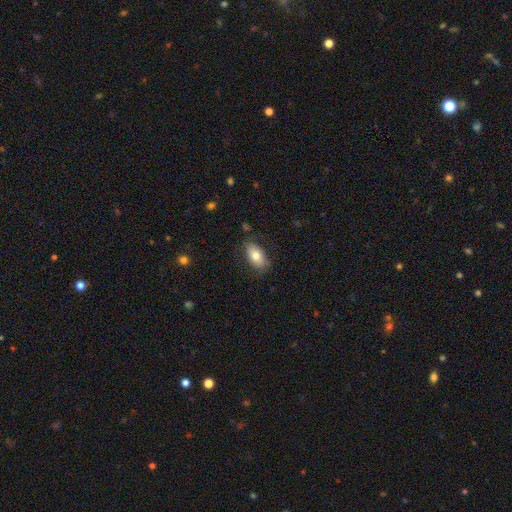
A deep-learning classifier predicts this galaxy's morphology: Q: Smooth or featured?
A: smooth (76%); runner-up: featured or disk (16%)
Q: How rounded?
A: in between (92%); runner-up: round (5%)
Q: Merging?
A: none (79%); runner-up: minor disturbance (15%)